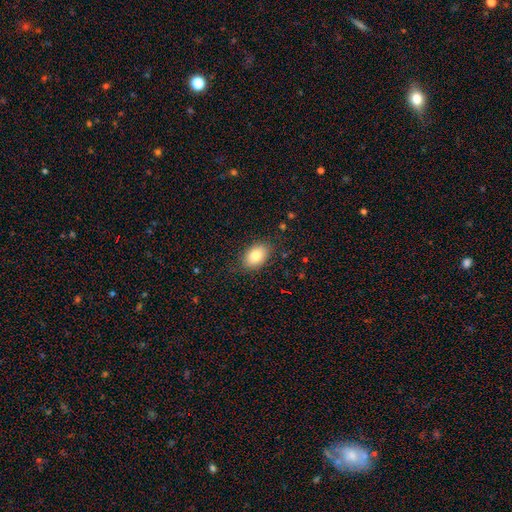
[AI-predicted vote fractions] A smooth galaxy with no disk features (81%) that is in between round and cigar-shaped (85%). Merging: none (83%).